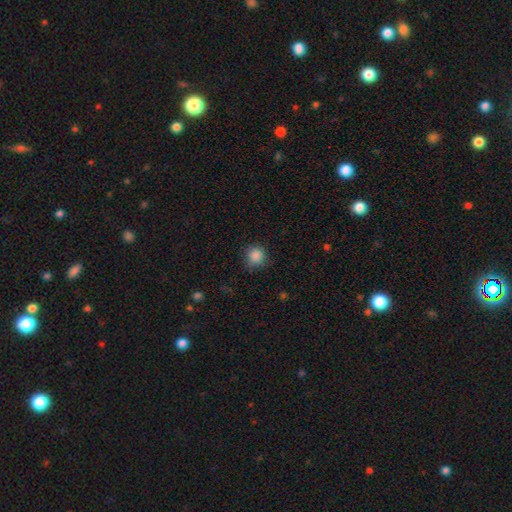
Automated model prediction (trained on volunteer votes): A smooth galaxy with no disk features (87%) that is round (91%).

Vote fractions:
- Smooth or featured? smooth: 87% / star or artifact: 10% / featured or disk: 3%
- How rounded? round: 91% / in between: 8% / cigar-shaped: 1%
- Merging? none: 82% / minor disturbance: 14% / major disturbance: 3% / merger: 1%